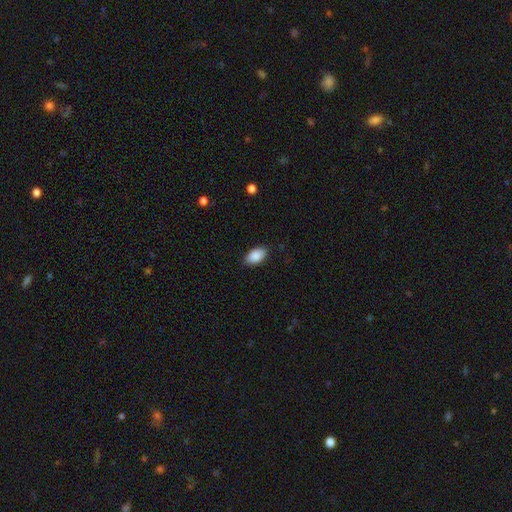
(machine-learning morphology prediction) smooth 90%, star or artifact 7%, featured or disk 4%. Down the decision tree: how rounded — in between (93%); merging — none (85%).